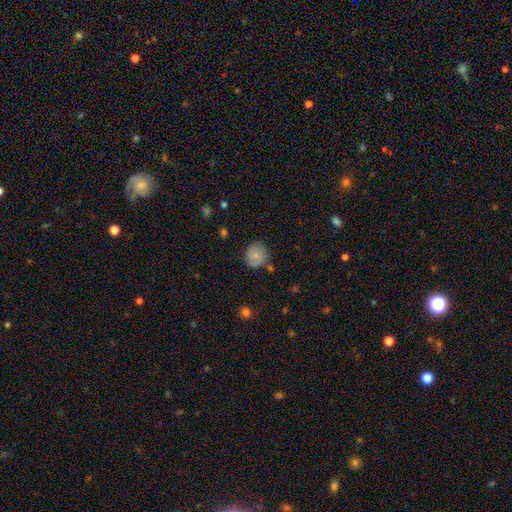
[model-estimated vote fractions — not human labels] smooth 70%, featured or disk 21%, star or artifact 9%. Down the decision tree: how rounded — round (83%); merging — none (72%).